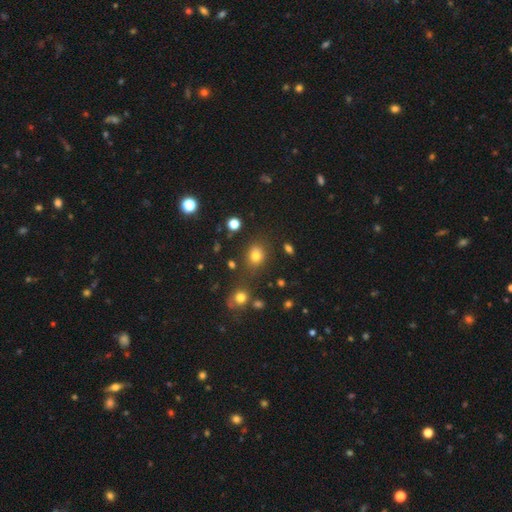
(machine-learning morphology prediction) type=smooth (75%); roundness=round (67%); merging=none (70%).